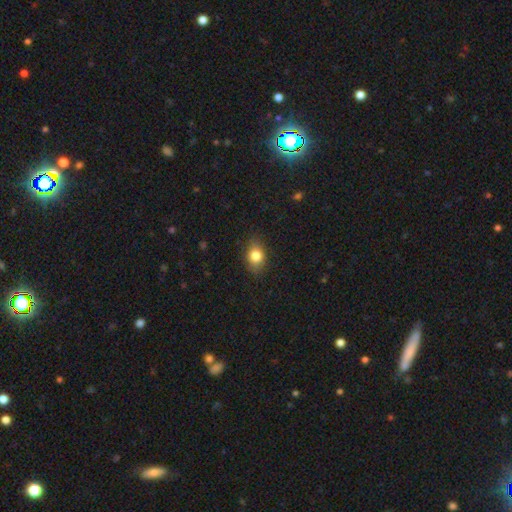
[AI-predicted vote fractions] Smooth or featured: smooth — 81% (star or artifact — 10%)
How rounded: in between — 66% (round — 33%)
Merging: none — 83% (minor disturbance — 13%)